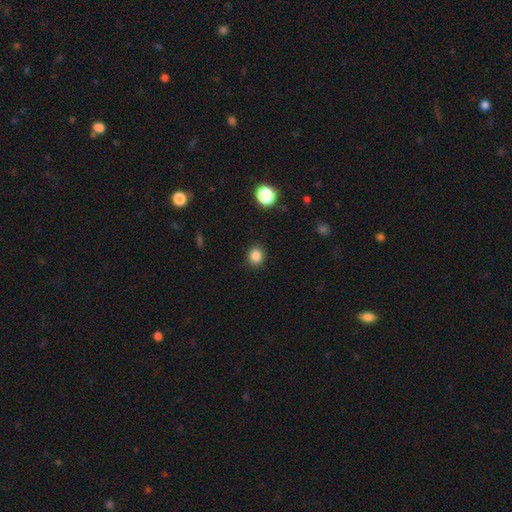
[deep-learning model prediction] Q: Smooth or featured?
A: smooth (85%); runner-up: star or artifact (12%)
Q: How rounded?
A: round (80%); runner-up: in between (19%)
Q: Merging?
A: none (90%); runner-up: minor disturbance (6%)